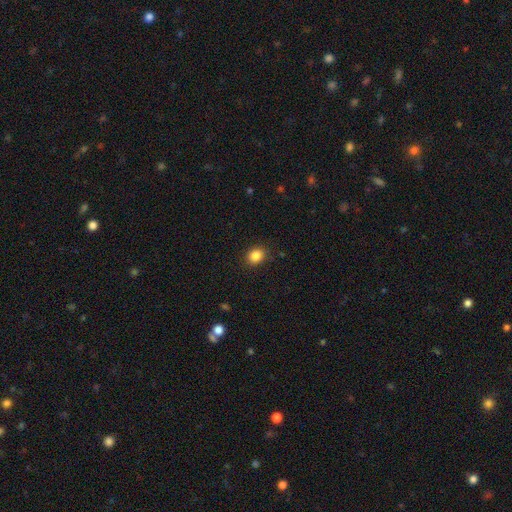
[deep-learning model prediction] Morphology: type=smooth (85%); roundness=round (53%); merging=none (87%).